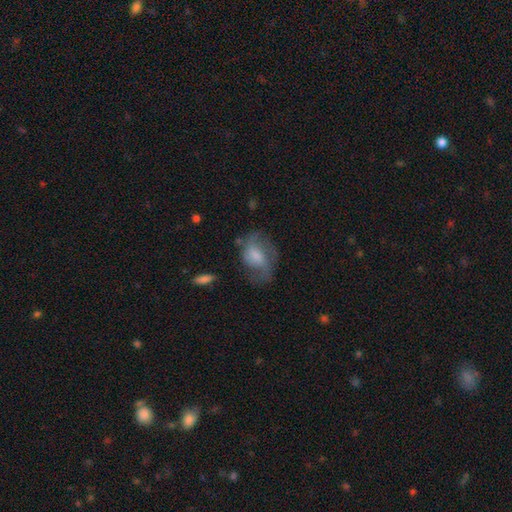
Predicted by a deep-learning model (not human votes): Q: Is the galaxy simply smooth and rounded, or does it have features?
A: featured or disk — 51%.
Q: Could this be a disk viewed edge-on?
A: no — 97%.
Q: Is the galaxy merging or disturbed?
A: none — 42%.